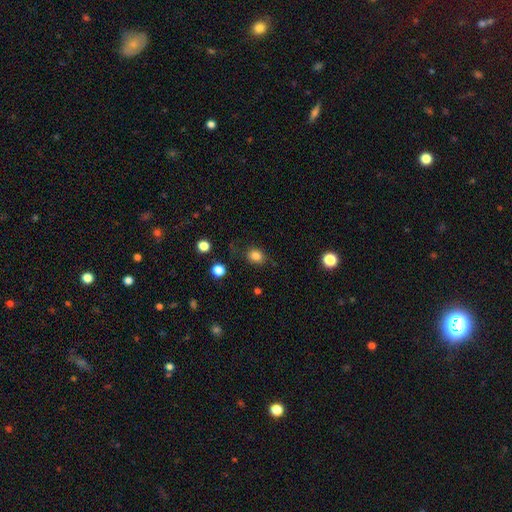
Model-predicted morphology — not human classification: Q: Smooth or featured?
A: smooth (84%); runner-up: star or artifact (11%)
Q: How rounded?
A: round (56%); runner-up: in between (43%)
Q: Merging?
A: none (77%); runner-up: minor disturbance (15%)